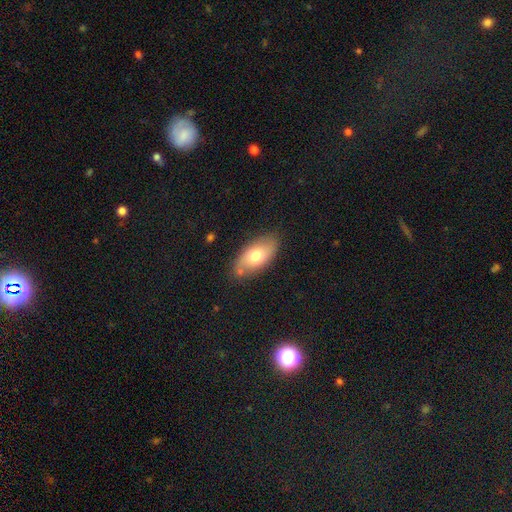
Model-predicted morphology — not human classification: smooth_or_featured: smooth (p=0.69) [alt: featured or disk p=0.24]
how_rounded: in between (p=0.92) [alt: cigar-shaped p=0.04]
merging: none (p=0.76) [alt: minor disturbance p=0.17]